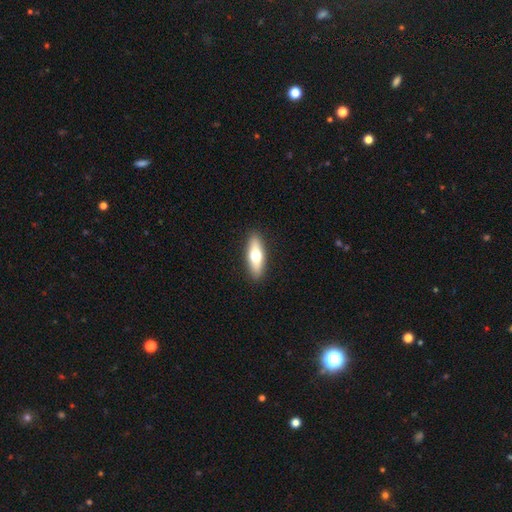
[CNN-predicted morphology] smooth-or-featured: smooth: 60% | featured or disk: 34% | star or artifact: 6%
  how-rounded: in between: 49% | cigar-shaped: 48% | round: 3%
  merging: none: 90% | minor disturbance: 7% | major disturbance: 2% | merger: 1%